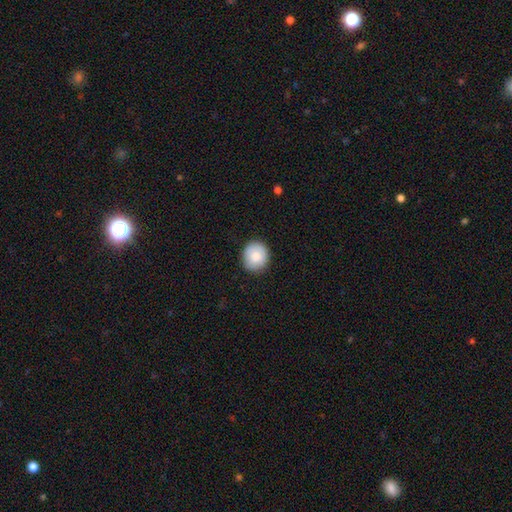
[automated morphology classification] Smooth or featured: smooth — 84% (featured or disk — 9%)
How rounded: round — 82% (in between — 17%)
Merging: none — 87% (minor disturbance — 10%)